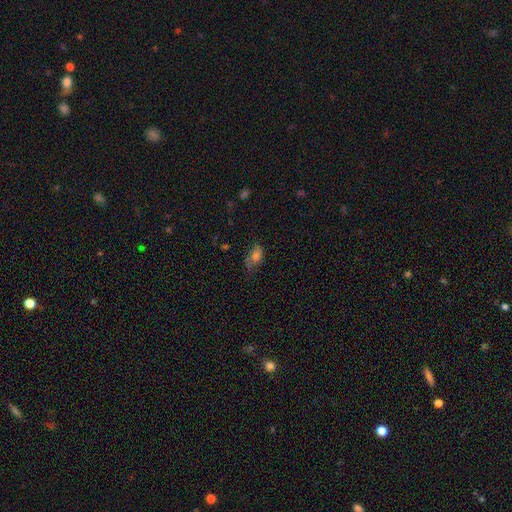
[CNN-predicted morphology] Smooth or featured: smooth — 63% (featured or disk — 20%)
How rounded: in between — 82% (round — 12%)
Merging: none — 53% (minor disturbance — 29%)